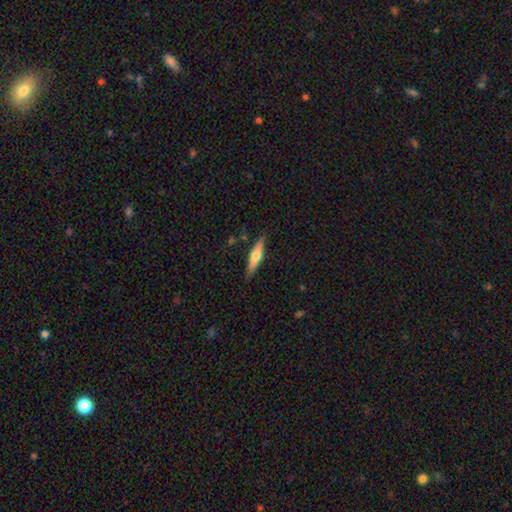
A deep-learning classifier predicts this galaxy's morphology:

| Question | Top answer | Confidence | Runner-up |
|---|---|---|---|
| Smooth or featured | featured or disk | 53% | smooth (41%) |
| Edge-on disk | yes | 94% | no (6%) |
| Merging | none | 85% | minor disturbance (11%) |